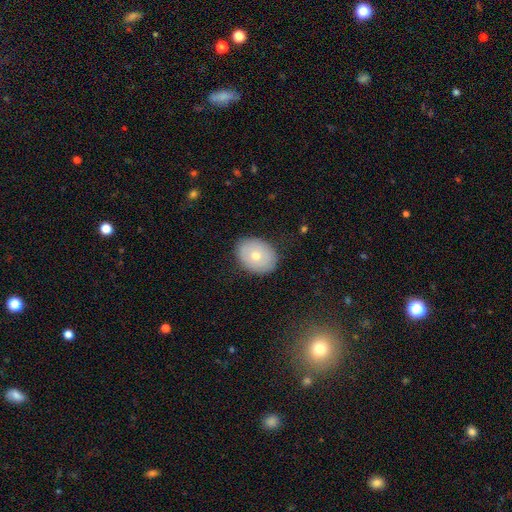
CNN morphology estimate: This is likely a smooth galaxy (67%). How rounded: likely in between (61%). Merging: clearly none (84%).